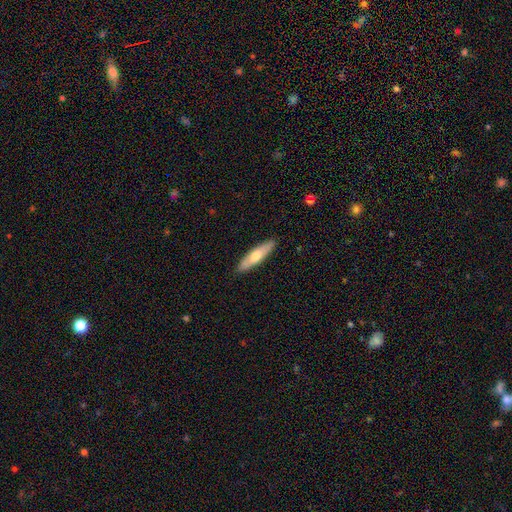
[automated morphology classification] Smooth or featured? smooth (58%)
How rounded? cigar-shaped (72%)
Merging? none (89%)